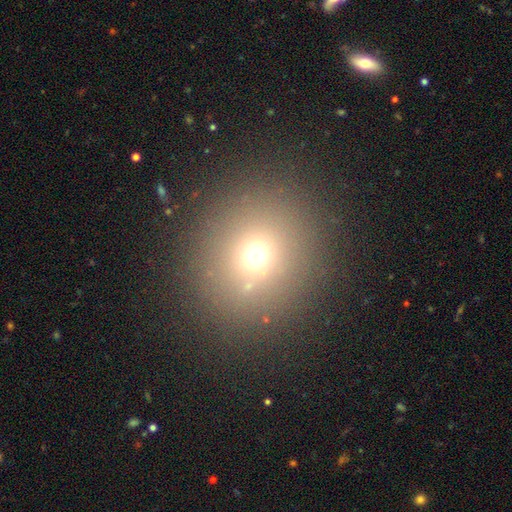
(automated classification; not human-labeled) A smooth galaxy with no disk features (66%) that is round (91%). Merging: none (86%).